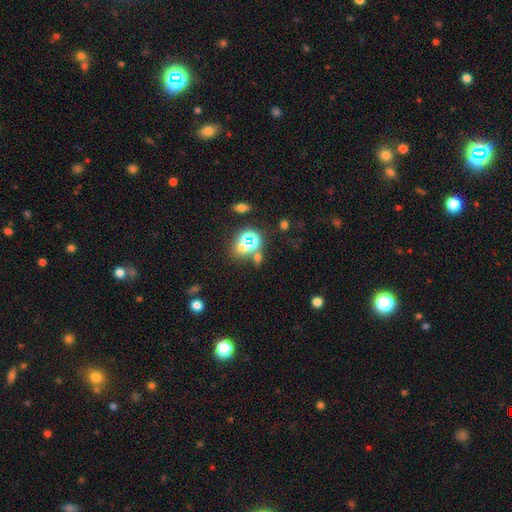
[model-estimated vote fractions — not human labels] star or artifact 54%, smooth 32%, featured or disk 13%.